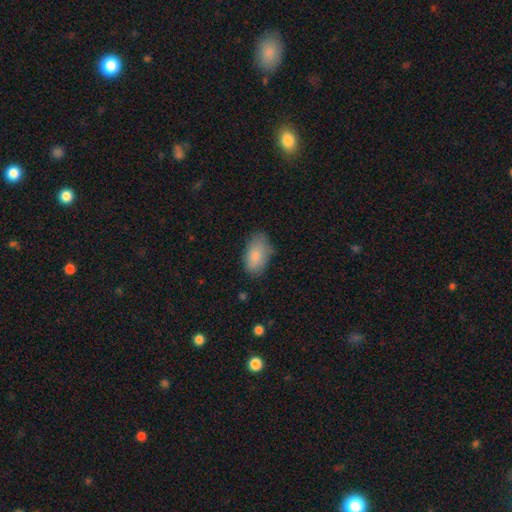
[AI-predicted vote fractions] A smooth galaxy with no disk features (85%) that is in between round and cigar-shaped (94%).

Vote fractions:
- Smooth or featured? smooth: 85% / featured or disk: 8% / star or artifact: 7%
- How rounded? in between: 94% / round: 4% / cigar-shaped: 2%
- Merging? none: 74% / minor disturbance: 21% / major disturbance: 4% / merger: 1%